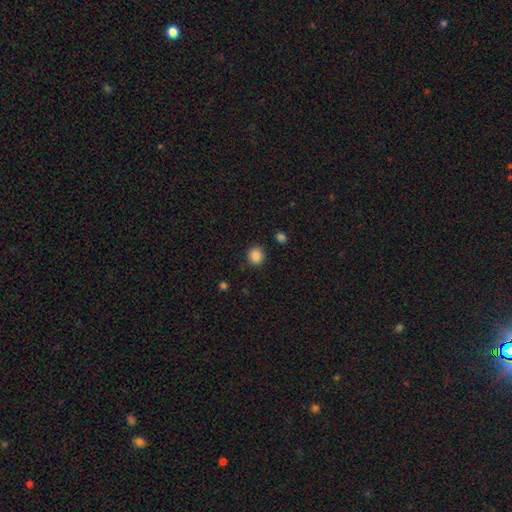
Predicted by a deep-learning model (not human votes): Morphology: type=smooth (87%); roundness=round (87%); merging=none (89%).